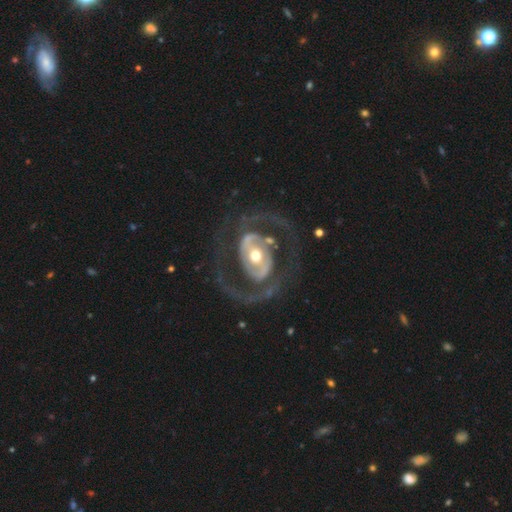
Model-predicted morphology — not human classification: This appears to be a featured or disk galaxy (87%) with no bar (50%), 2 (85%) medium (51%) spiral arms (82%) and a moderate central bulge (70%). Merging: none (69%).